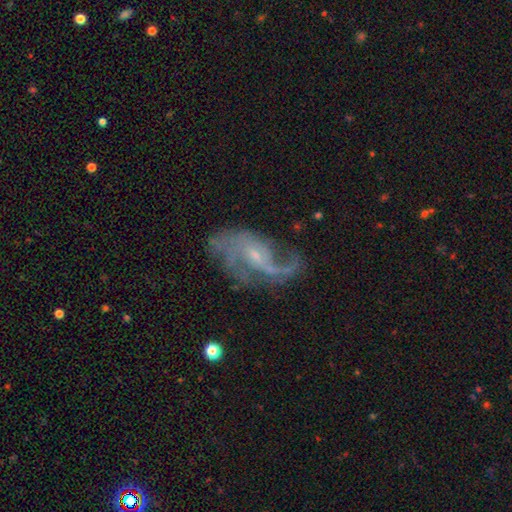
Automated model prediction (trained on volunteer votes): This is clearly a featured or disk galaxy (85%). It is clearly not viewed edge-on (97%). Bar: possibly no (54%). Spiral arm pattern: clearly yes (94%). Spiral arm count: possibly 2 (54%). Spiral winding: possibly loose (56%). Central bulge: likely small (75%). Merging: possibly none (55%).